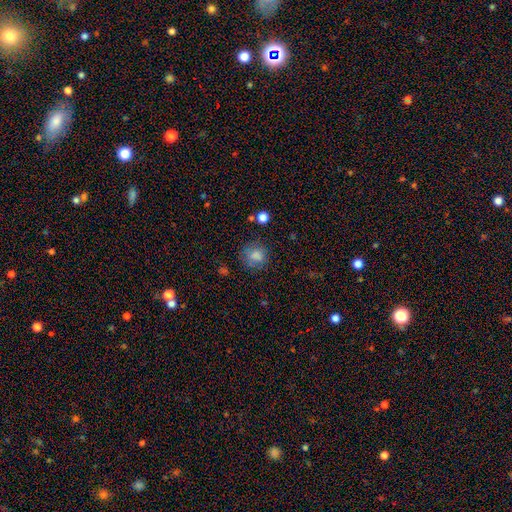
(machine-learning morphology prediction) Overall: smooth (80%). How rounded: round (80%). Merging: none (72%).